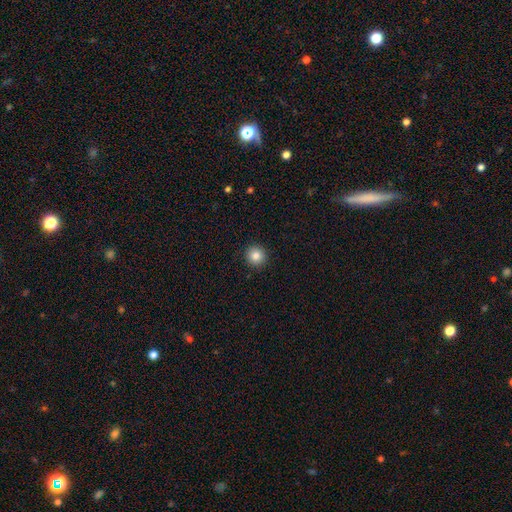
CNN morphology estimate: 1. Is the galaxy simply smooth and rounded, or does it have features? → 84% smooth, 10% star or artifact, 6% featured or disk.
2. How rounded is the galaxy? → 93% round, 6% in between, 1% cigar-shaped.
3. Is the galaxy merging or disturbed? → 92% none, 5% minor disturbance, 2% major disturbance, 1% merger.